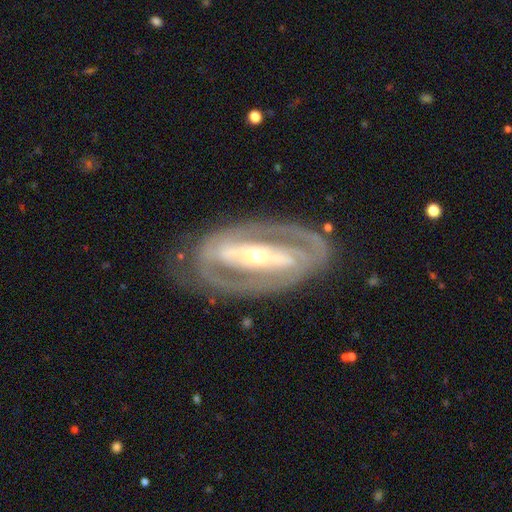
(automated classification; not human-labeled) The model was most divided on "bulge size": small: 54%, moderate: 39%, large: 4%, dominant: 1%, none: 1%. More confident: edge-on disk — no (90%); smooth or featured — featured or disk (85%); merging — none (80%); spiral arm count — 2 (74%); spiral arms — yes (69%); bar — strong (66%); spiral winding — tight (54%).